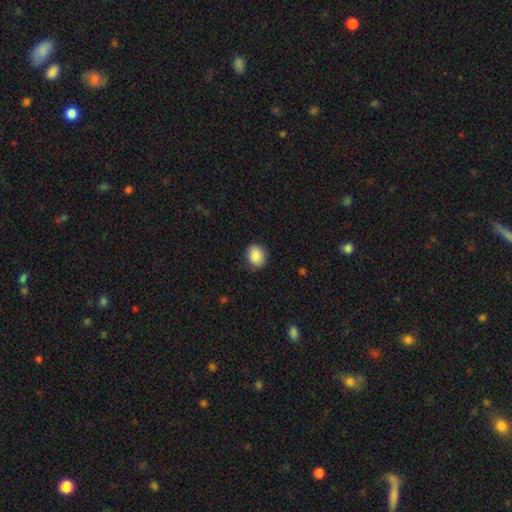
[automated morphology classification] Overall: smooth (89%). How rounded: round (64%; in between 35%). Merging: none (86%).